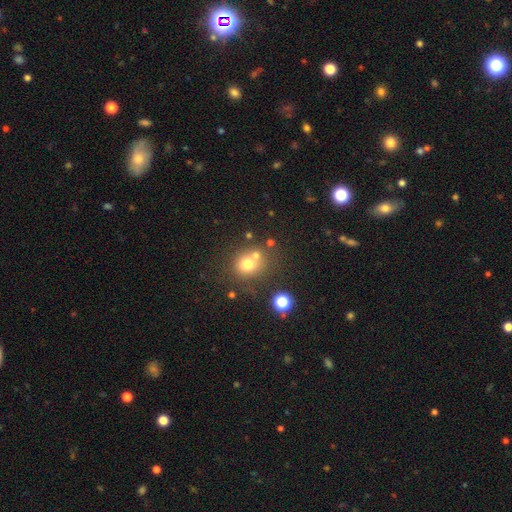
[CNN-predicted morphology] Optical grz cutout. It shows a smooth galaxy with no disk features (70%) that is round (81%). Merging: none (54%).